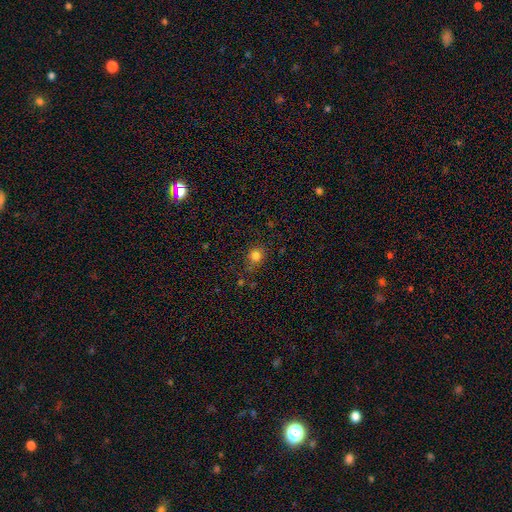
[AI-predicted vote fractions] Morphology: type=smooth (81%); roundness=round (81%); merging=none (80%).